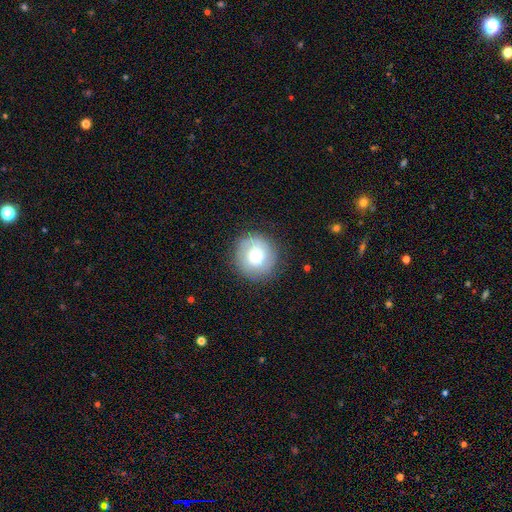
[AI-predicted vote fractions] This appears to be a smooth galaxy with no disk features (54%) that is round (91%). Merging: none (83%).